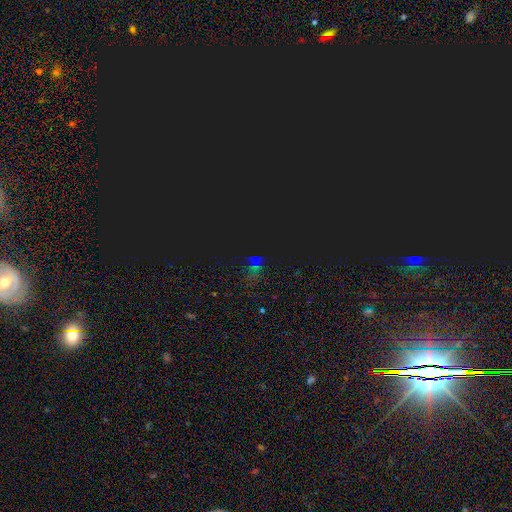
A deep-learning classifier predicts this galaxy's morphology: A star or artifact, not a galaxy (77%).

Vote fractions:
- Smooth or featured? star or artifact: 77% / smooth: 15% / featured or disk: 8%